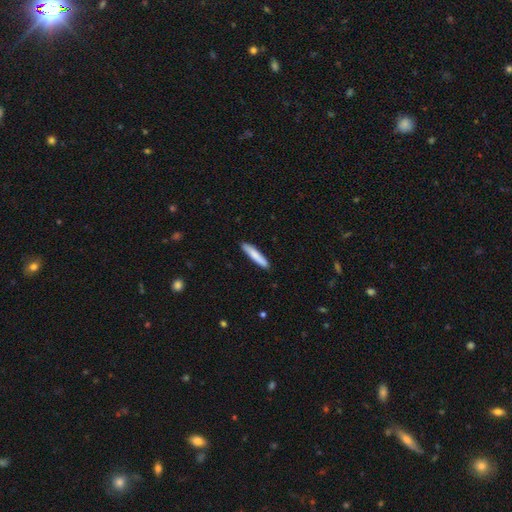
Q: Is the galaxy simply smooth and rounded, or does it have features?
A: smooth — 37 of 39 (95%).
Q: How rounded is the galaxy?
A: cigar-shaped — 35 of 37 (95%).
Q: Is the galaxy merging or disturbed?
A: none — 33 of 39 (85%).